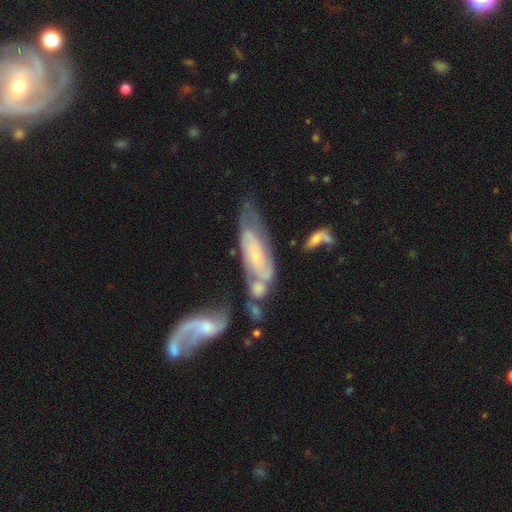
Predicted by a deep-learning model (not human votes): Smooth or featured? Predicted: featured or disk (p=0.68). Edge-on disk? Predicted: no (p=0.82). Bar? Predicted: no (p=0.63). Spiral arms? Predicted: yes (p=0.80). Bulge size? Predicted: small (p=0.67). Merging? Predicted: merger (p=0.40).